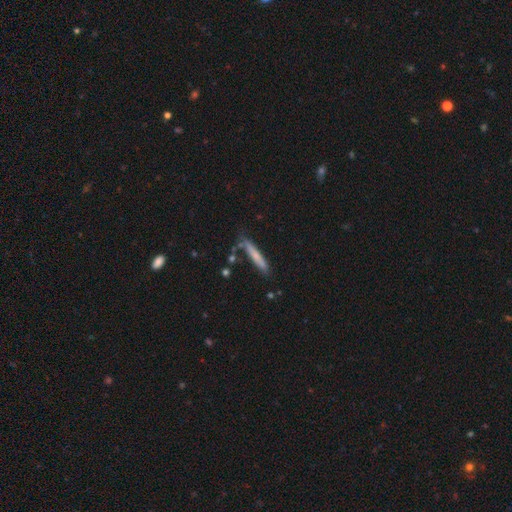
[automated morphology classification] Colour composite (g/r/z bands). It shows a smooth galaxy with no disk features (65%) that is cigar-shaped (93%). Merging: none (73%).